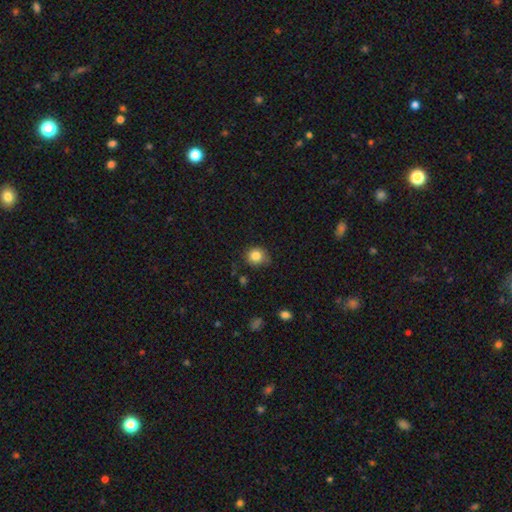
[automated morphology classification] Q: Smooth or featured?
A: smooth (84%); runner-up: star or artifact (10%)
Q: How rounded?
A: round (86%); runner-up: in between (13%)
Q: Merging?
A: none (71%); runner-up: minor disturbance (22%)